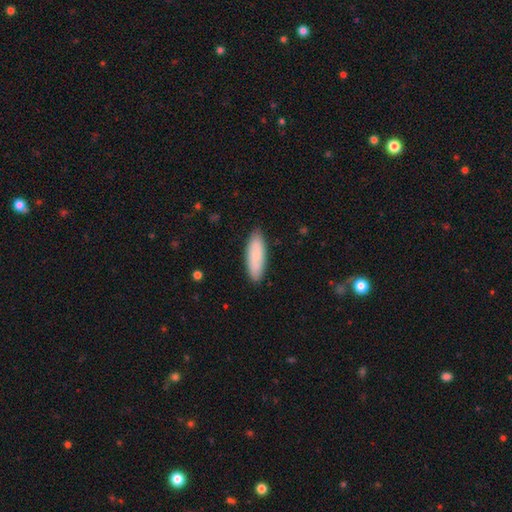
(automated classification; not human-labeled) Q: Smooth or featured?
A: smooth (83%); runner-up: featured or disk (12%)
Q: How rounded?
A: in between (58%); runner-up: cigar-shaped (40%)
Q: Merging?
A: none (87%); runner-up: minor disturbance (10%)